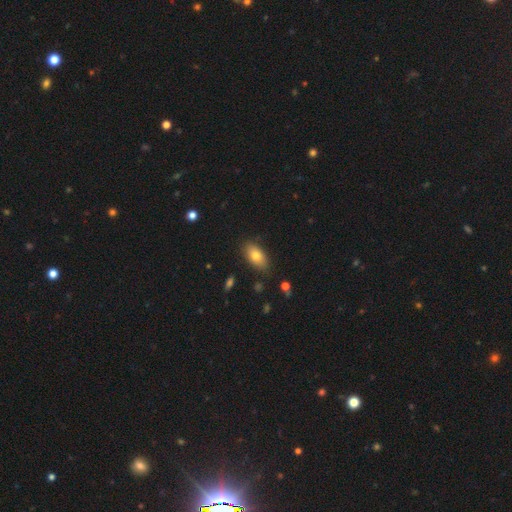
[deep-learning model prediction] smooth_or_featured: smooth (p=0.77) [alt: featured or disk p=0.15]
how_rounded: in between (p=0.90) [alt: round p=0.05]
merging: none (p=0.83) [alt: minor disturbance p=0.13]